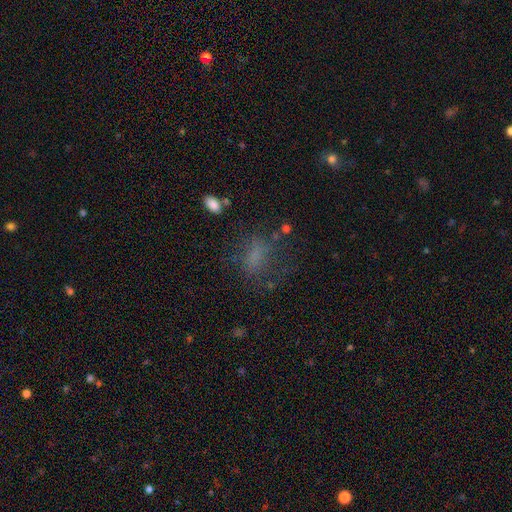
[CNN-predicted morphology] smooth-or-featured: smooth: 61% | star or artifact: 21% | featured or disk: 18%
  how-rounded: in between: 68% | round: 25% | cigar-shaped: 7%
  merging: none: 55% | major disturbance: 21% | minor disturbance: 20% | merger: 4%